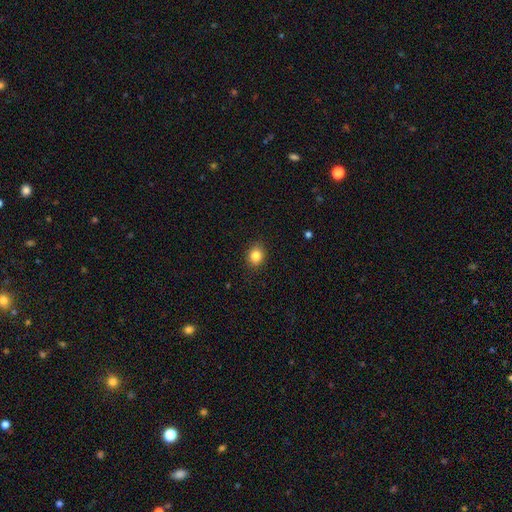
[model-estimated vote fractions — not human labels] Smooth or featured? smooth (85%)
How rounded? round (54%)
Merging? none (89%)